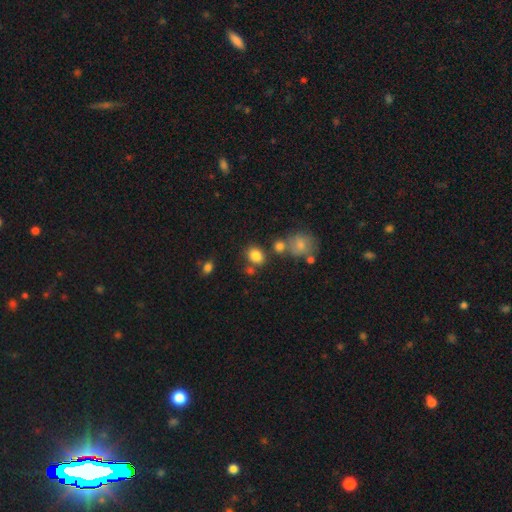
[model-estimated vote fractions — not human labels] Smooth or featured?
  - smooth: 83% *
  - star or artifact: 11%
  - featured or disk: 6%
How rounded?
  - round: 52% *
  - in between: 47%
  - cigar-shaped: 1%
Merging?
  - none: 68% *
  - merger: 15%
  - minor disturbance: 12%
  - major disturbance: 5%